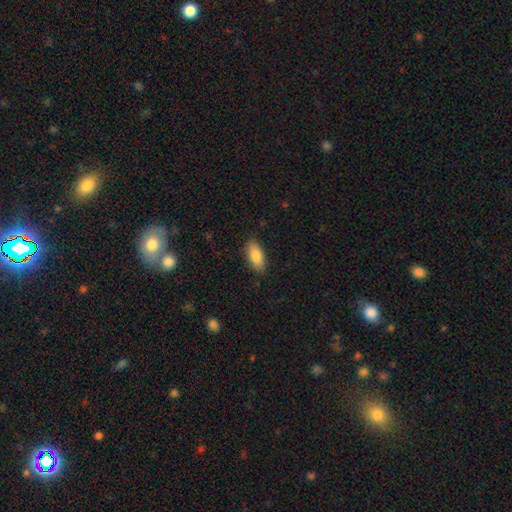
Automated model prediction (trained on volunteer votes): A smooth galaxy with no disk features (82%) that is in between round and cigar-shaped (86%). Merging: none (87%).